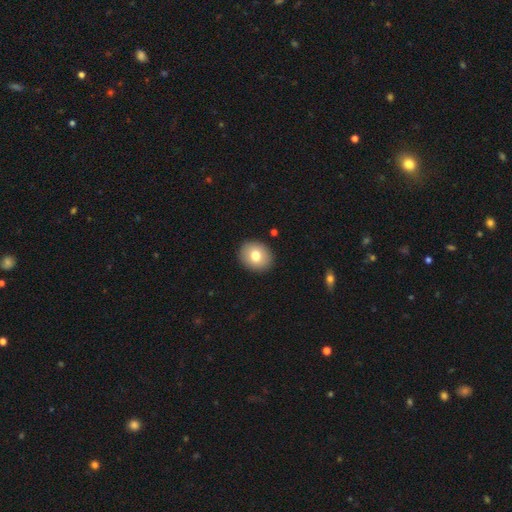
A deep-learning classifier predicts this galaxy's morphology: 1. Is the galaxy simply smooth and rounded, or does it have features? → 77% smooth, 15% featured or disk, 9% star or artifact.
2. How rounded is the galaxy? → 65% round, 34% in between, 1% cigar-shaped.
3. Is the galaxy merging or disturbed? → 90% none, 7% minor disturbance, 2% major disturbance, 1% merger.